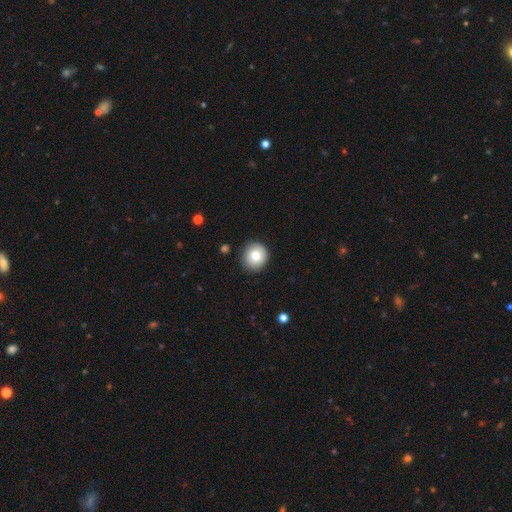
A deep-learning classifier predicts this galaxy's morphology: This appears to be a smooth galaxy with no disk features (79%) that is round (91%). Merging: none (88%).